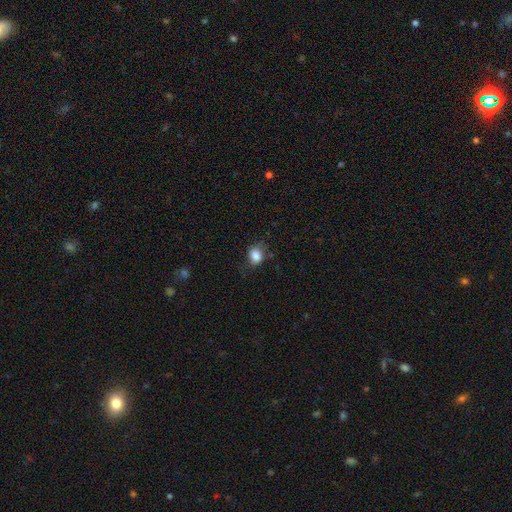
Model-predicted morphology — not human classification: A smooth galaxy with no disk features (83%) that is in between round and cigar-shaped (50%).

Vote fractions:
- Smooth or featured? smooth: 83% / star or artifact: 9% / featured or disk: 8%
- How rounded? in between: 50% / round: 49% / cigar-shaped: 1%
- Merging? none: 63% / minor disturbance: 26% / major disturbance: 9% / merger: 2%